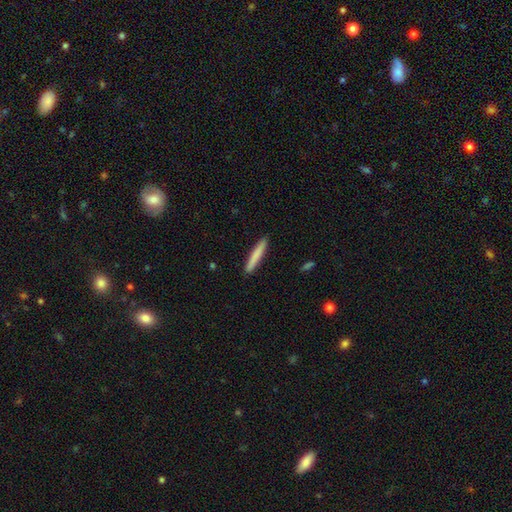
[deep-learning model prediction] This appears to be a smooth galaxy with no disk features (79%) that is cigar-shaped (95%). Merging: none (91%).